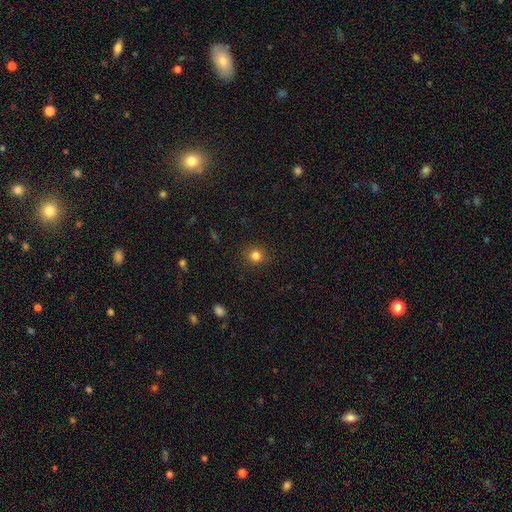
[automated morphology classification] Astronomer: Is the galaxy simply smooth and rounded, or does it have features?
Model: smooth — 82%.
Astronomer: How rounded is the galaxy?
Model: round — 90%.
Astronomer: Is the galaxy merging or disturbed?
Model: none — 89%.